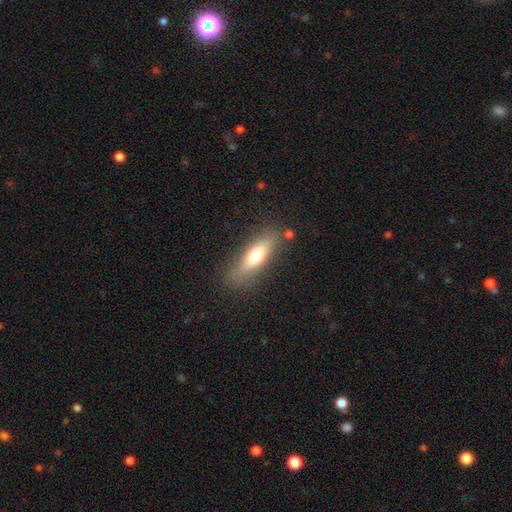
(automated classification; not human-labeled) This appears to be a smooth galaxy with no disk features (63%) that is cigar-shaped (57%). Merging: none (78%).